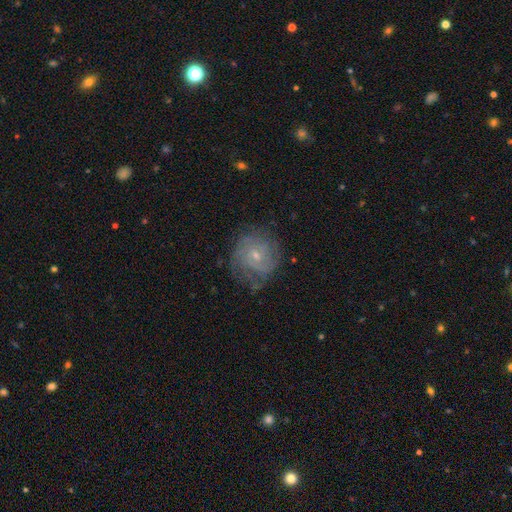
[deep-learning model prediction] The model was most divided on "spiral arm count": can't tell: 47%, 2: 22%, 3: 14%, 4: 8%, 1: 5%, more than 4: 5%. More confident: edge-on disk — no (97%); spiral arms — yes (86%); smooth or featured — featured or disk (68%); bulge size — small (68%); merging — none (67%); bar — no (62%); spiral winding — tight (60%).